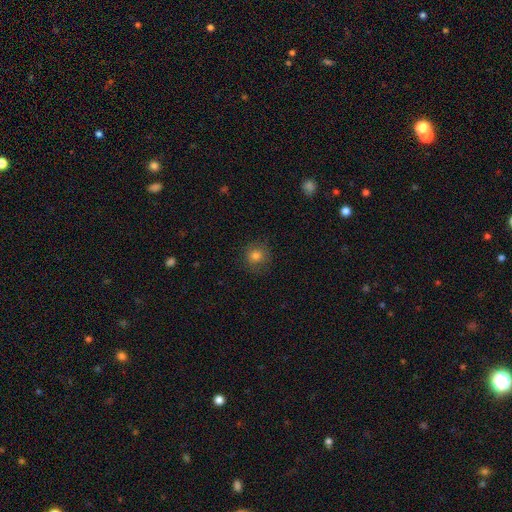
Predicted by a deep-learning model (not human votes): The model was most divided on "smooth or featured": smooth: 80%, star or artifact: 12%, featured or disk: 8%. More confident: how rounded — round (90%); merging — none (84%).